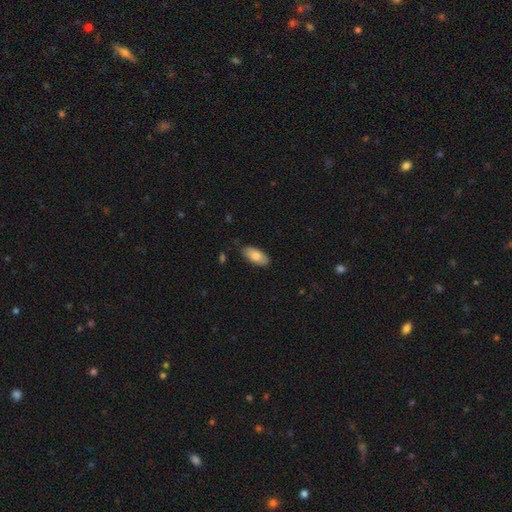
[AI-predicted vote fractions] smooth_or_featured: smooth (p=0.82) [alt: featured or disk p=0.12]
how_rounded: in between (p=0.90) [alt: cigar-shaped p=0.08]
merging: none (p=0.82) [alt: minor disturbance p=0.15]